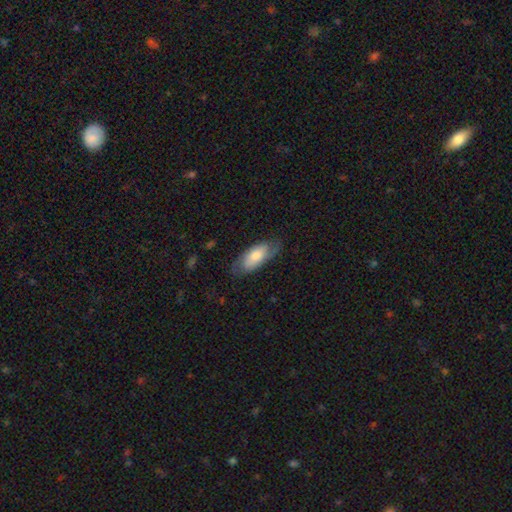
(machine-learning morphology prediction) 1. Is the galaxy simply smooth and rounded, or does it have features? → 58% smooth, 36% featured or disk, 6% star or artifact.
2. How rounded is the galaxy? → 83% in between, 14% cigar-shaped, 3% round.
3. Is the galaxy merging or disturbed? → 71% none, 21% minor disturbance, 7% major disturbance, 1% merger.